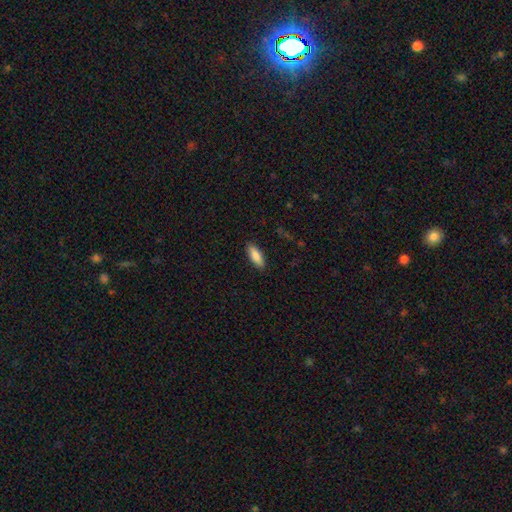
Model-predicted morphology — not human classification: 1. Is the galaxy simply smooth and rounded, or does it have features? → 86% smooth, 8% featured or disk, 6% star or artifact.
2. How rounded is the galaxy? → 69% in between, 29% cigar-shaped, 2% round.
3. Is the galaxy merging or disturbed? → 88% none, 9% minor disturbance, 2% major disturbance, 1% merger.